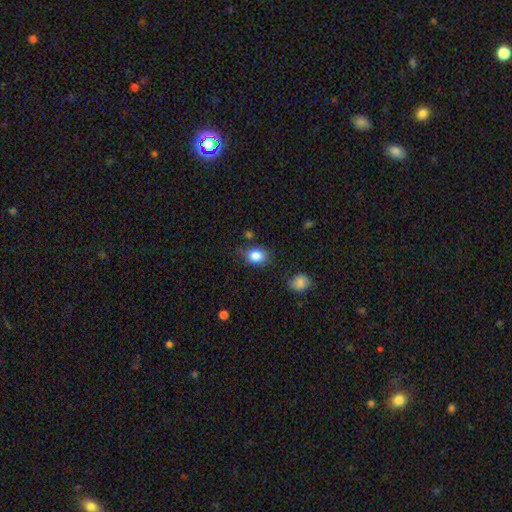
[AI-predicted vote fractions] This appears to be a smooth galaxy with no disk features (85%) that is in between round and cigar-shaped (61%). Merging: none (75%).